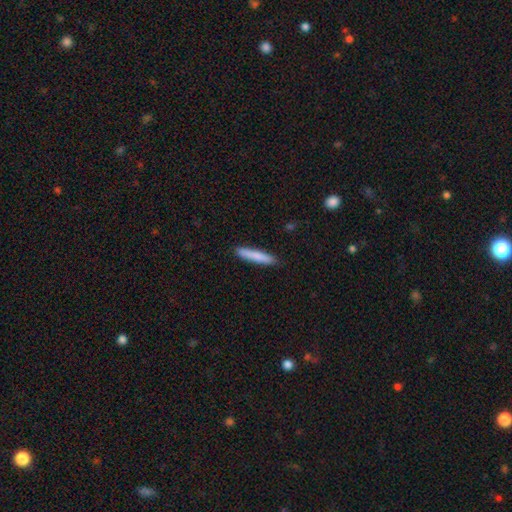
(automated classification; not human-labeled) This appears to be a smooth galaxy with no disk features (81%) that is cigar-shaped (92%). Merging: none (90%).